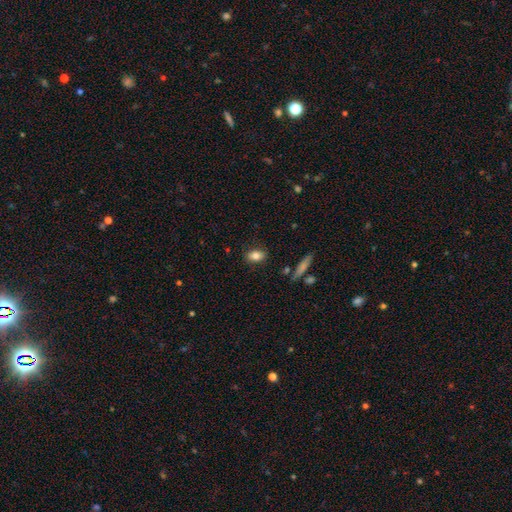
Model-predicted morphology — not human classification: Smooth or featured: smooth — 82% (featured or disk — 10%)
How rounded: in between — 83% (round — 13%)
Merging: none — 84% (minor disturbance — 11%)